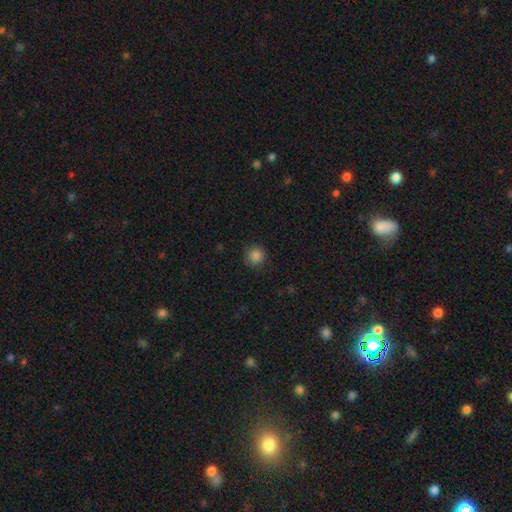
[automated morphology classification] Smooth or featured? smooth (85%)
How rounded? round (92%)
Merging? none (88%)